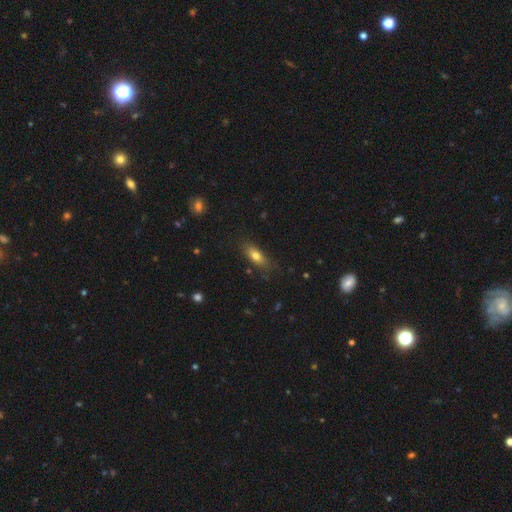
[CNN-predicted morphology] smooth 76%, featured or disk 15%, star or artifact 8%. Down the decision tree: how rounded — in between (74%); merging — none (78%).